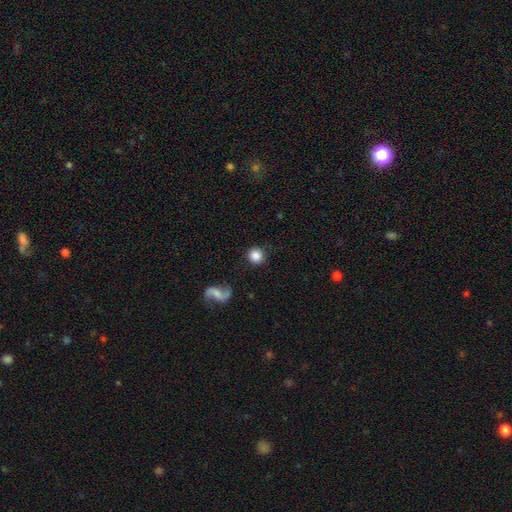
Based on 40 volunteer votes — smooth_or_featured: smooth (p=0.72) [alt: featured or disk p=0.25]
how_rounded: round (p=0.97) [alt: in between p=0.03]
merging: none (p=0.74) [alt: minor disturbance p=0.18]